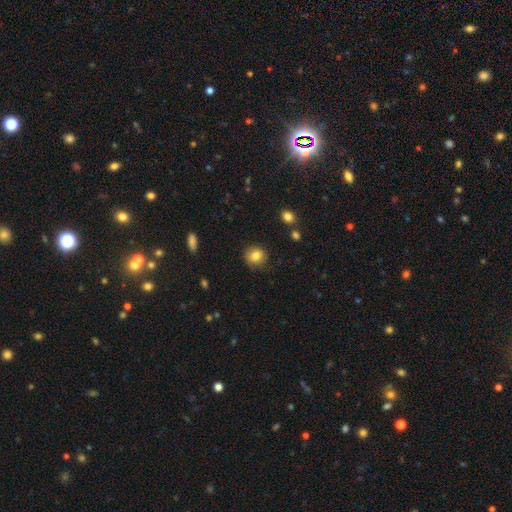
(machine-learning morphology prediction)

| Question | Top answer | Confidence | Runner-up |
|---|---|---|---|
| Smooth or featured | smooth | 83% | star or artifact (10%) |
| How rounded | round | 82% | in between (17%) |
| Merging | none | 86% | minor disturbance (10%) |